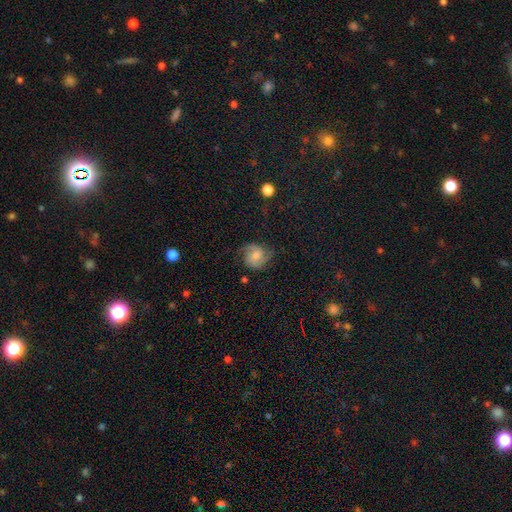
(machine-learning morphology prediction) A featured or disk galaxy (60%) with no bar (64%), 2 (70%) medium (47%) spiral arms (92%) and a moderate central bulge (50%). Merging: none (67%).